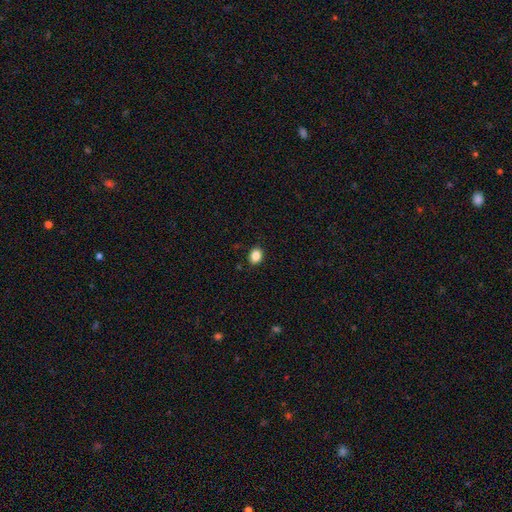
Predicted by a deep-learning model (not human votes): This appears to be a smooth galaxy with no disk features (86%) that is in between round and cigar-shaped (57%). Merging: none (88%).